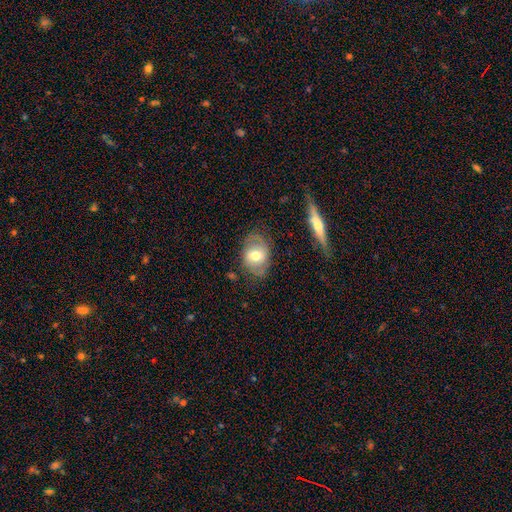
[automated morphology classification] smooth-or-featured: smooth: 47% | featured or disk: 45% | star or artifact: 8%
  merging: none: 71% | minor disturbance: 20% | major disturbance: 7% | merger: 2%